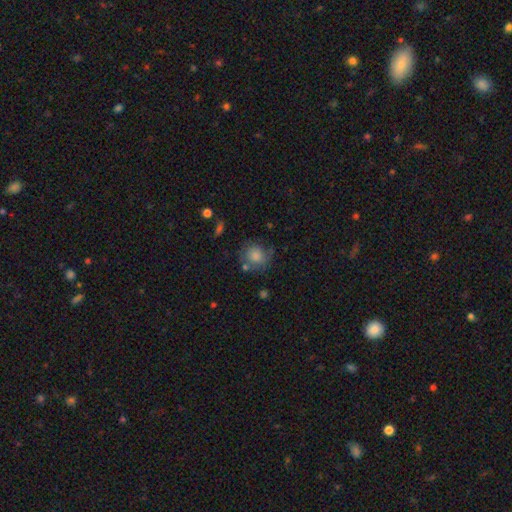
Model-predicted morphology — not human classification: This appears to be a smooth galaxy with no disk features (72%) that is round (84%). Merging: none (60%).